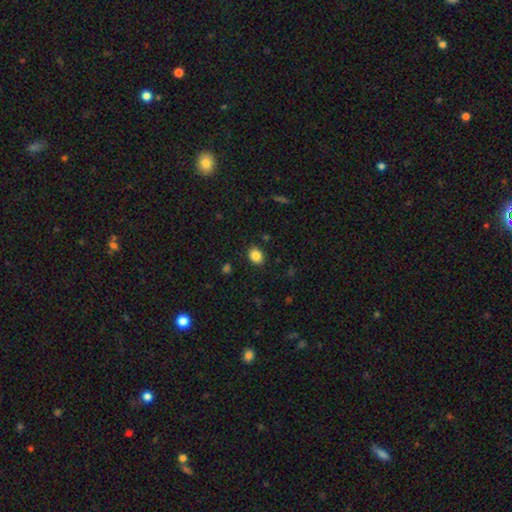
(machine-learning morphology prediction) This is clearly a smooth galaxy (86%). How rounded: possibly in between (55%). Merging: clearly none (88%).